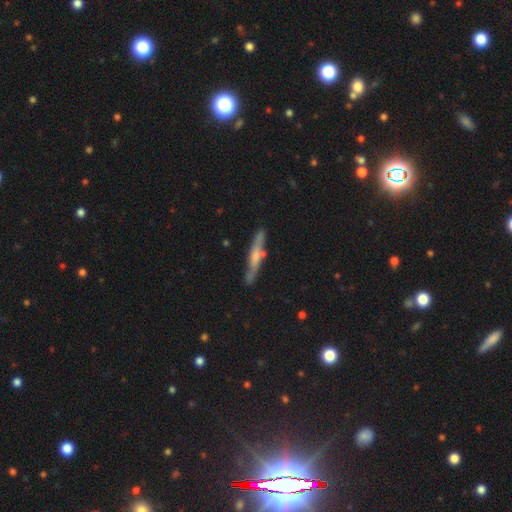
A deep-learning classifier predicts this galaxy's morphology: Overall: featured or disk (59%; smooth 34%). Edge-on disk: yes (84%). Merging: none (79%).